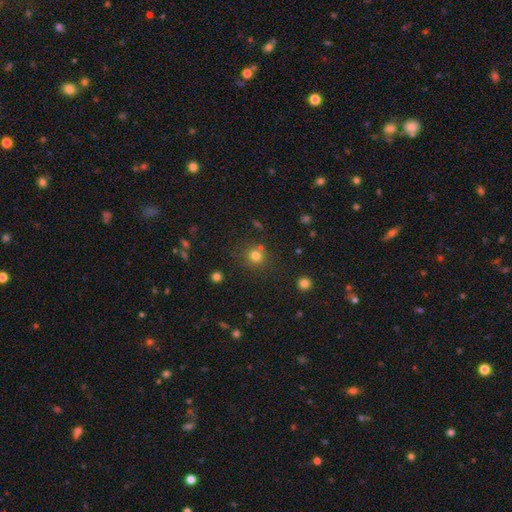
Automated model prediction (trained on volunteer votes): A smooth galaxy with no disk features (77%) that is round (91%).

Vote fractions:
- Smooth or featured? smooth: 77% / star or artifact: 16% / featured or disk: 7%
- How rounded? round: 91% / in between: 8% / cigar-shaped: 1%
- Merging? none: 77% / merger: 10% / minor disturbance: 9% / major disturbance: 4%